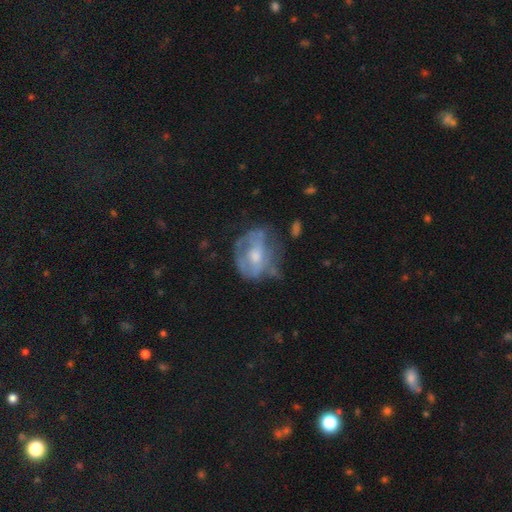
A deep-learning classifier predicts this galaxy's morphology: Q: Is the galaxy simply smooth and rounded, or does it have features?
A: featured or disk — 56%.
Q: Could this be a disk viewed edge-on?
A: no — 96%.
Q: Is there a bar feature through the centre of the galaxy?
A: no — 68%.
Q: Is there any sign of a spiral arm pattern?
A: no — 65%.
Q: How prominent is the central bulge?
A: moderate — 58%.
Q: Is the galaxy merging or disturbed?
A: none — 45%.